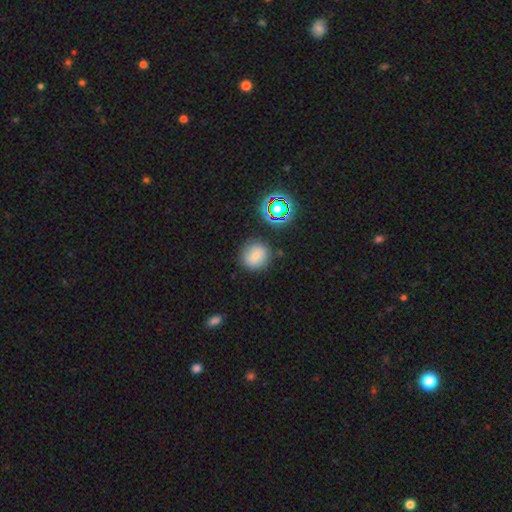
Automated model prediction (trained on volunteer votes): Smooth or featured? Predicted: smooth (p=0.71). How rounded? Predicted: round (p=0.88). Merging? Predicted: none (p=0.83).